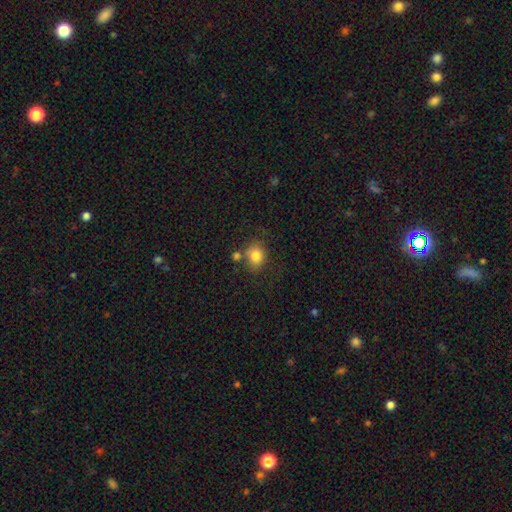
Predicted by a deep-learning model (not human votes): A smooth galaxy with no disk features (81%) that is round (62%). Merging: none (63%).